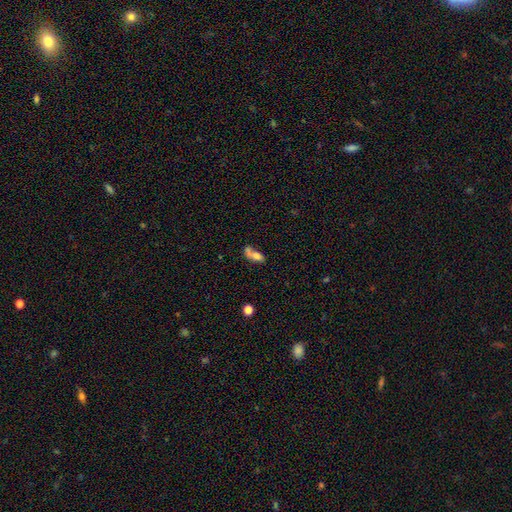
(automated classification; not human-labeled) Morphology: type=smooth (65%); roundness=in between (72%); merging=merger (45%).